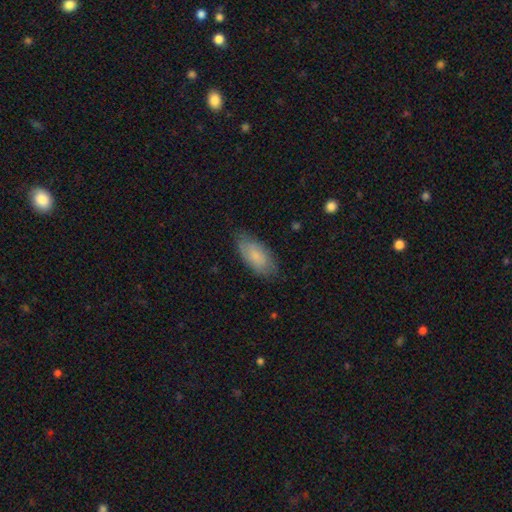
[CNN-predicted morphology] Smooth or featured?
  - smooth: 80% *
  - featured or disk: 14%
  - star or artifact: 6%
How rounded?
  - in between: 89% *
  - cigar-shaped: 9%
  - round: 2%
Merging?
  - none: 75% *
  - minor disturbance: 20%
  - major disturbance: 4%
  - merger: 1%